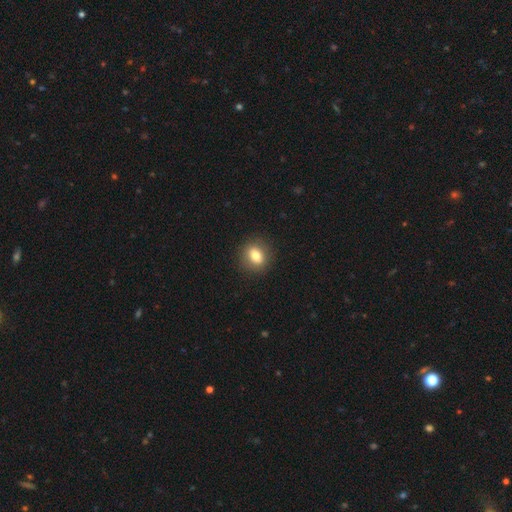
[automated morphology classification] smooth-or-featured: smooth: 79% | featured or disk: 12% | star or artifact: 9%
  how-rounded: round: 55% | in between: 43% | cigar-shaped: 2%
  merging: none: 89% | minor disturbance: 8% | major disturbance: 3% | merger: 1%